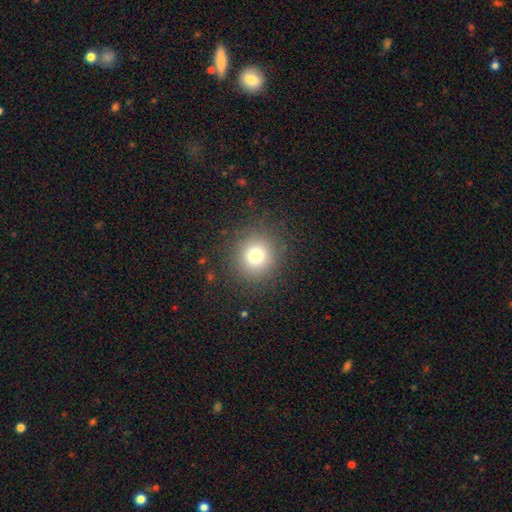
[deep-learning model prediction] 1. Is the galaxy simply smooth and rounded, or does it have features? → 77% smooth, 14% star or artifact, 8% featured or disk.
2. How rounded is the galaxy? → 91% round, 8% in between, 1% cigar-shaped.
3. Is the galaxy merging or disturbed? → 88% none, 7% minor disturbance, 4% major disturbance, 1% merger.